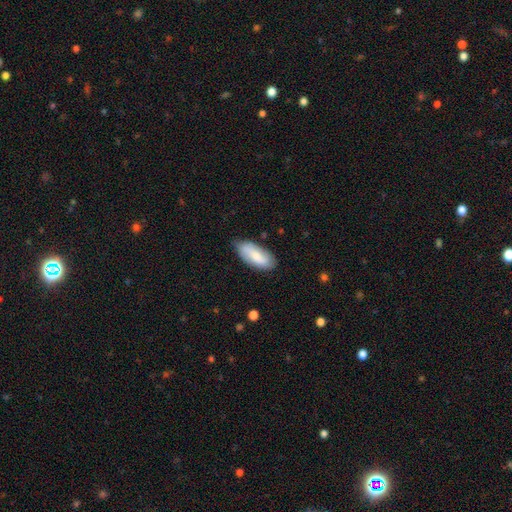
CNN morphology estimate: The model was most divided on "smooth or featured": smooth: 69%, featured or disk: 25%, star or artifact: 6%. More confident: how rounded — in between (87%); merging — none (78%).